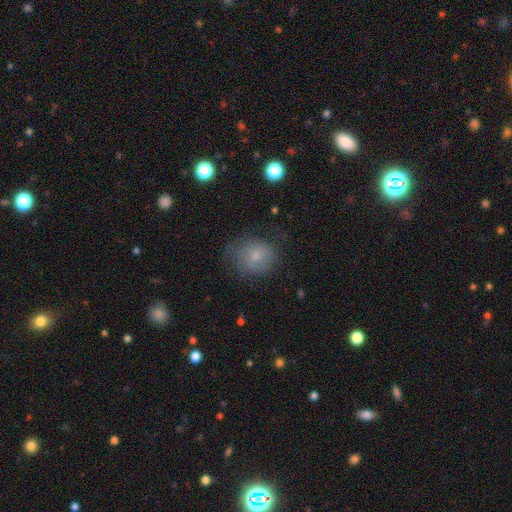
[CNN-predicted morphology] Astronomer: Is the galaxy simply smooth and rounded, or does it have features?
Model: smooth — 66%.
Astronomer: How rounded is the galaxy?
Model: round — 74%.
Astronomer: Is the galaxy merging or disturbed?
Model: none — 58%.